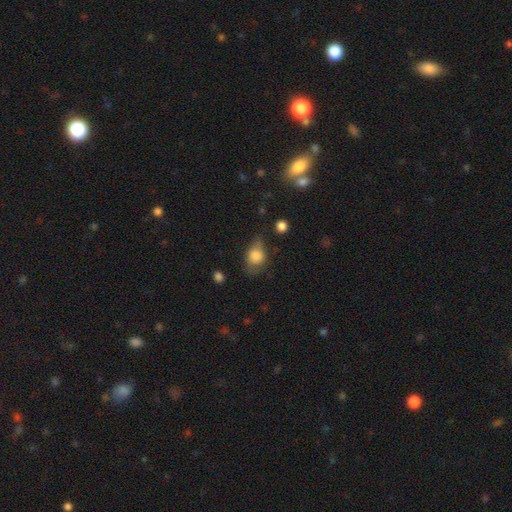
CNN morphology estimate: smooth-or-featured: smooth: 78% | featured or disk: 13% | star or artifact: 9%
  how-rounded: in between: 62% | round: 36% | cigar-shaped: 2%
  merging: none: 46% | minor disturbance: 34% | major disturbance: 16% | merger: 4%